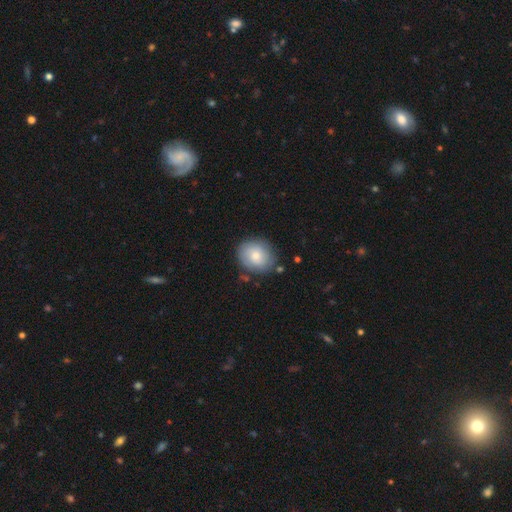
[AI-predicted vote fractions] Q: Smooth or featured?
A: smooth (71%); runner-up: featured or disk (21%)
Q: How rounded?
A: round (67%); runner-up: in between (33%)
Q: Merging?
A: none (79%); runner-up: minor disturbance (15%)